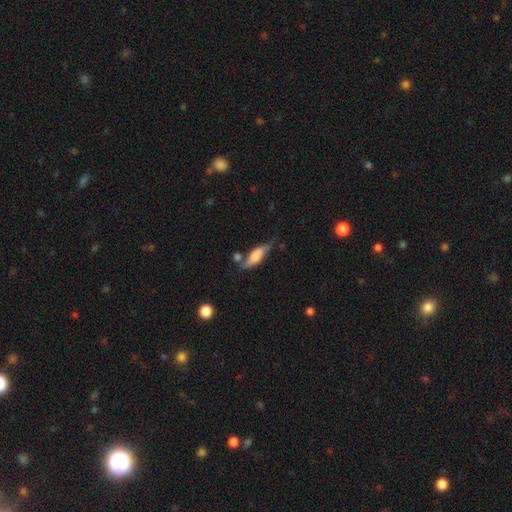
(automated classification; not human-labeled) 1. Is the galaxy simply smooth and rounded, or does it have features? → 57% smooth, 36% featured or disk, 7% star or artifact.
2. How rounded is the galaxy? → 58% in between, 39% cigar-shaped, 3% round.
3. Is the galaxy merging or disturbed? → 54% none, 26% minor disturbance, 12% merger, 8% major disturbance.